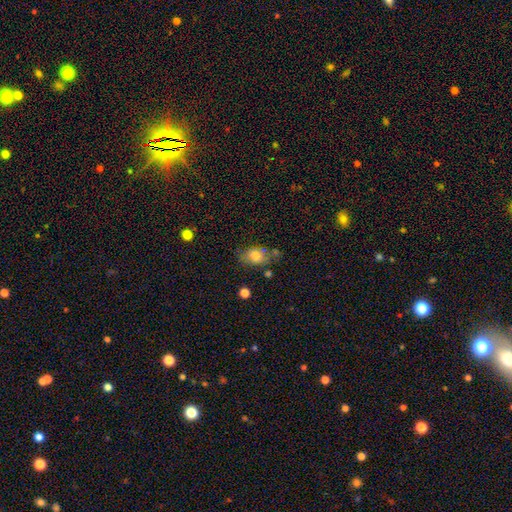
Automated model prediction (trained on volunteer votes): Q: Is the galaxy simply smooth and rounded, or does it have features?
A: smooth — 74%.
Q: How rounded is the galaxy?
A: in between — 81%.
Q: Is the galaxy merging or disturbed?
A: none — 59%.